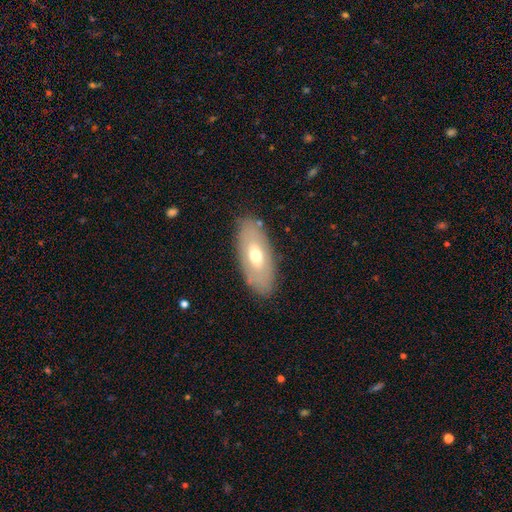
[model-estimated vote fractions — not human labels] smooth_or_featured: smooth (p=0.55) [alt: featured or disk p=0.38]
how_rounded: in between (p=0.85) [alt: cigar-shaped p=0.12]
merging: none (p=0.84) [alt: minor disturbance p=0.11]